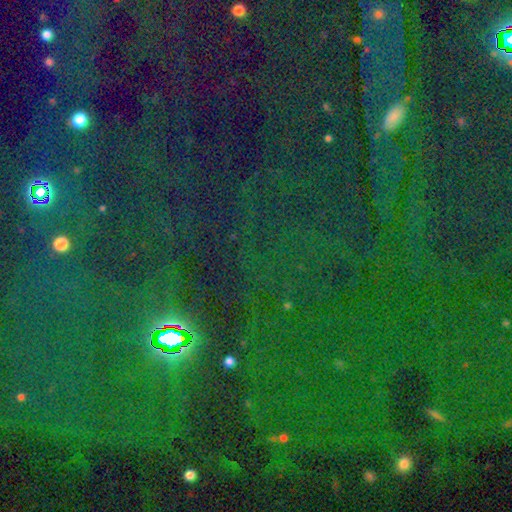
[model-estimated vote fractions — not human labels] Smooth or featured? Predicted: star or artifact (p=0.81).